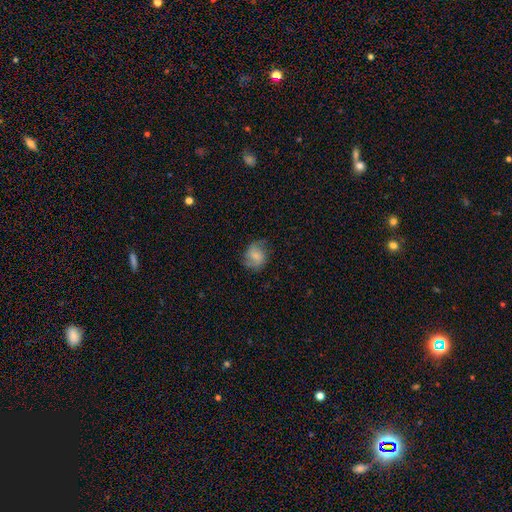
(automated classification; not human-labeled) Q: Smooth or featured?
A: smooth (53%); runner-up: featured or disk (38%)
Q: How rounded?
A: round (61%); runner-up: in between (38%)
Q: Merging?
A: none (65%); runner-up: minor disturbance (24%)